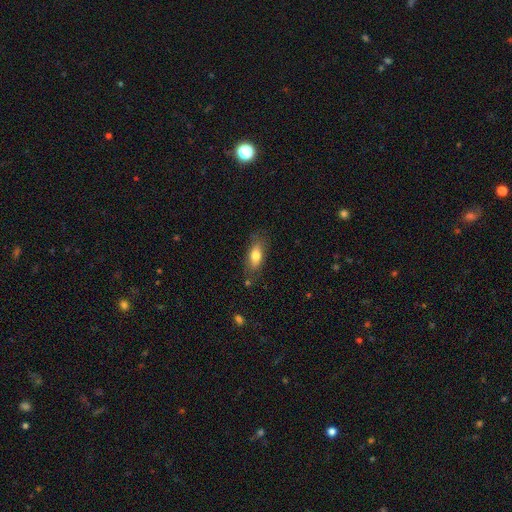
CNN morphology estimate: A smooth galaxy with no disk features (74%) that is in between round and cigar-shaped (76%). Merging: none (77%).